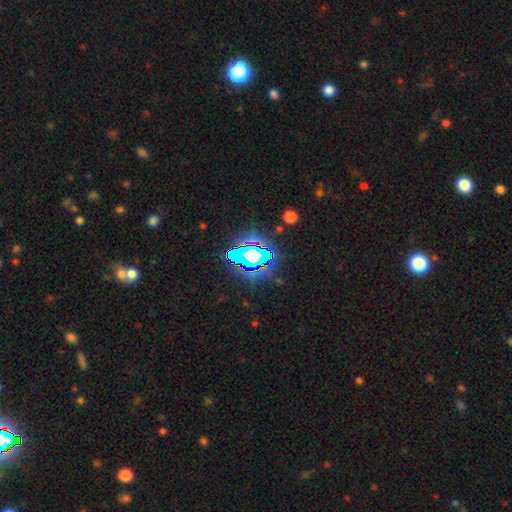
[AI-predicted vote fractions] Q: Smooth or featured?
A: star or artifact (70%); runner-up: smooth (15%)